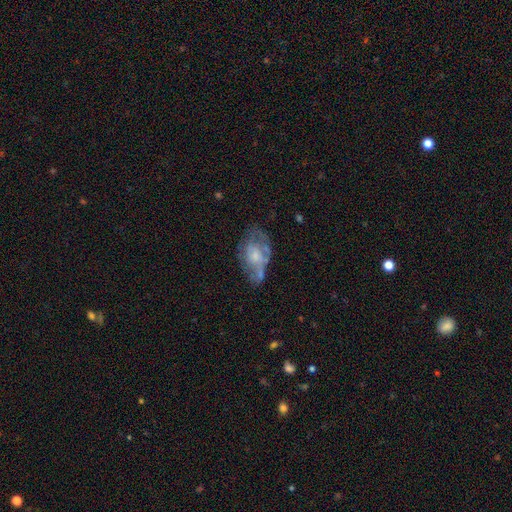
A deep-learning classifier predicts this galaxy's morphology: smooth_or_featured: featured or disk (p=0.57) [alt: smooth p=0.35]
disk_edge_on: no (p=0.95) [alt: yes p=0.05]
bar: no (p=0.81) [alt: weak p=0.16]
has_spiral_arms: no (p=0.59) [alt: yes p=0.41]
bulge_size: small (p=0.45) [alt: moderate p=0.32]
merging: none (p=0.39) [alt: minor disturbance p=0.28]